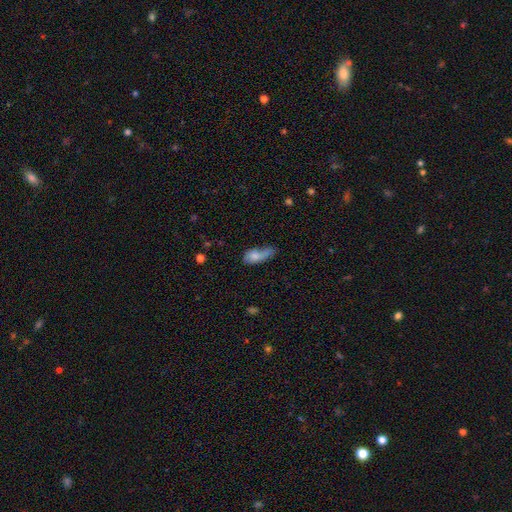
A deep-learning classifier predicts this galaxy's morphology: Smooth or featured?
  - smooth: 71% *
  - featured or disk: 21%
  - star or artifact: 8%
How rounded?
  - in between: 81% *
  - cigar-shaped: 13%
  - round: 6%
Merging?
  - minor disturbance: 32% *
  - none: 31%
  - major disturbance: 24%
  - merger: 13%